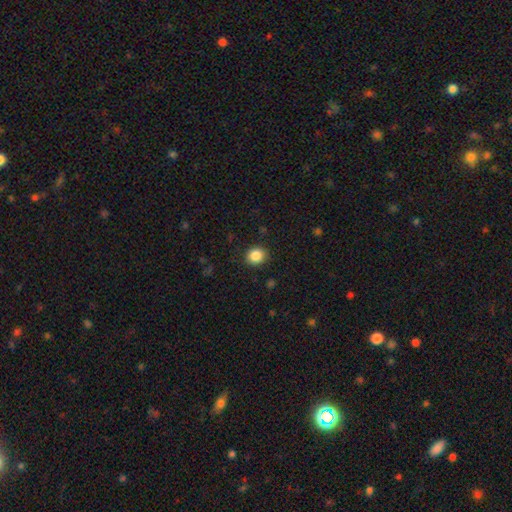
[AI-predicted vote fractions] smooth_or_featured: smooth (p=0.87) [alt: star or artifact p=0.09]
how_rounded: round (p=0.78) [alt: in between p=0.21]
merging: none (p=0.89) [alt: minor disturbance p=0.08]